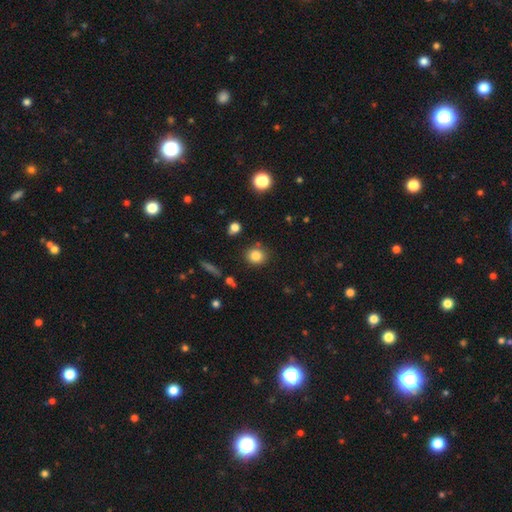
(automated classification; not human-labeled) This appears to be a smooth galaxy with no disk features (82%) that is round (80%). Merging: none (83%).